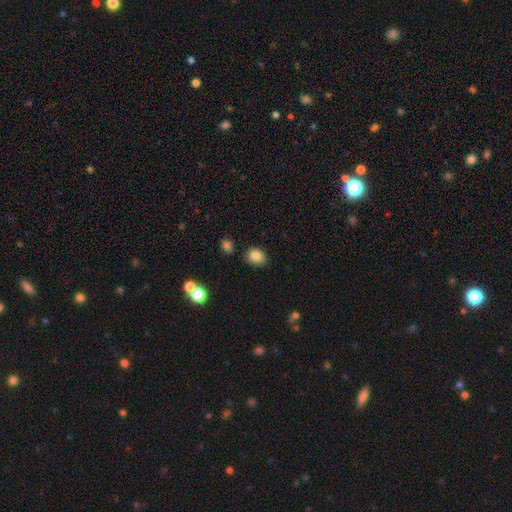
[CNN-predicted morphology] A smooth galaxy with no disk features (85%) that is in between round and cigar-shaped (58%). Merging: none (82%).